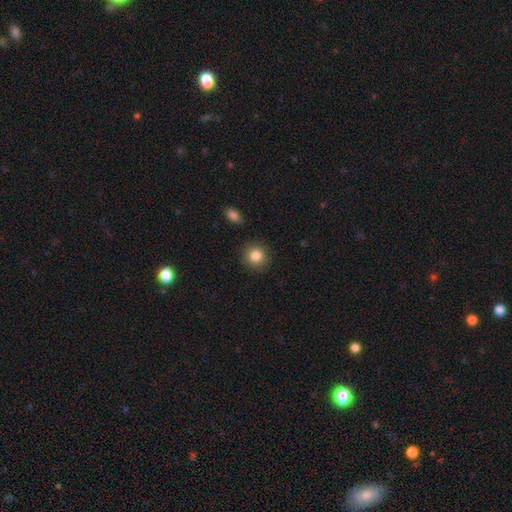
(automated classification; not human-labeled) Morphology: type=smooth (84%); roundness=round (90%); merging=none (89%).